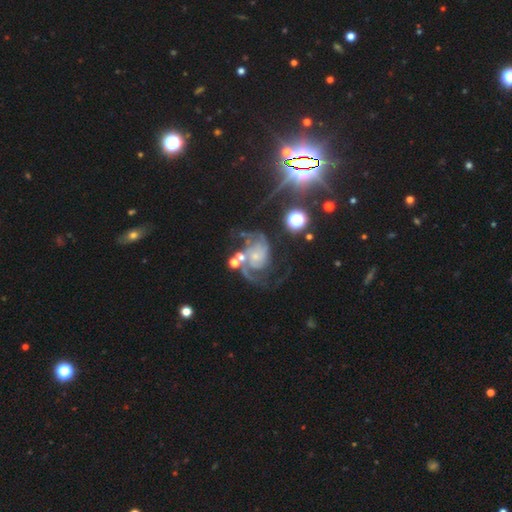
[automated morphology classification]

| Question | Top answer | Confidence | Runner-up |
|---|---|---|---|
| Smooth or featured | featured or disk | 84% | star or artifact (9%) |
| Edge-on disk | no | 98% | yes (2%) |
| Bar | no | 72% | weak (23%) |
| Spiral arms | yes | 95% | no (5%) |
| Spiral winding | medium | 49% | loose (26%) |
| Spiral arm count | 2 | 57% | 3 (14%) |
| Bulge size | small | 62% | moderate (20%) |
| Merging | none | 39% | major disturbance (29%) |